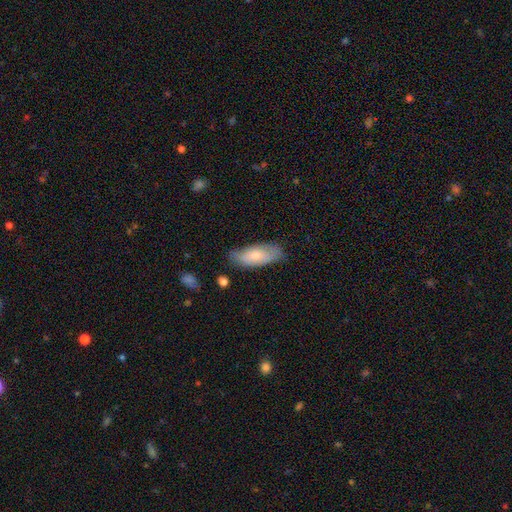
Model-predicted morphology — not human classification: A smooth galaxy with no disk features (70%) that is in between round and cigar-shaped (79%). Merging: none (69%).